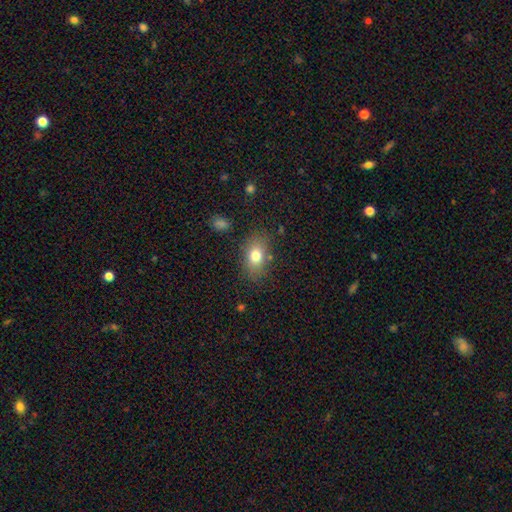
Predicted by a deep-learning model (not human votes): The model was most divided on "how rounded": in between: 81%, round: 16%, cigar-shaped: 2%. More confident: merging — none (80%); smooth or featured — smooth (78%).